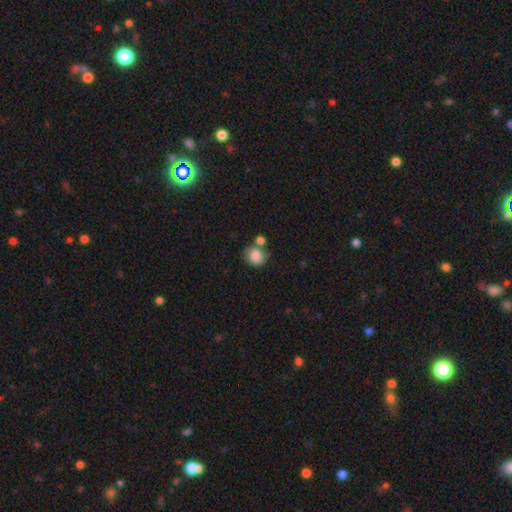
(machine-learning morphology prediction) Q: Smooth or featured?
A: smooth (82%); runner-up: featured or disk (10%)
Q: How rounded?
A: round (79%); runner-up: in between (20%)
Q: Merging?
A: none (54%); runner-up: merger (23%)